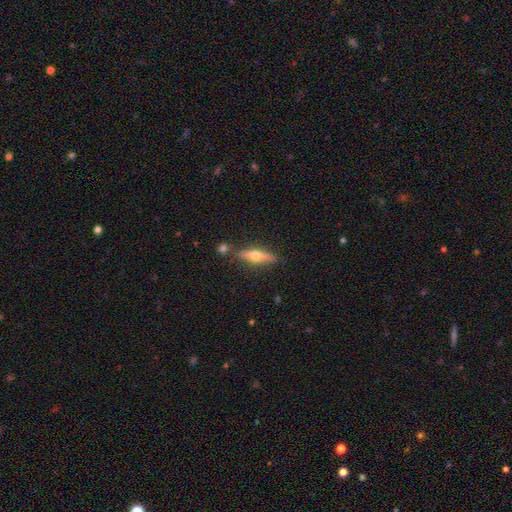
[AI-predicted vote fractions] featured or disk 60%, smooth 34%, star or artifact 6%. Down the decision tree: edge-on disk — yes (92%); edge-on bulge — rounded (95%); merging — none (80%).